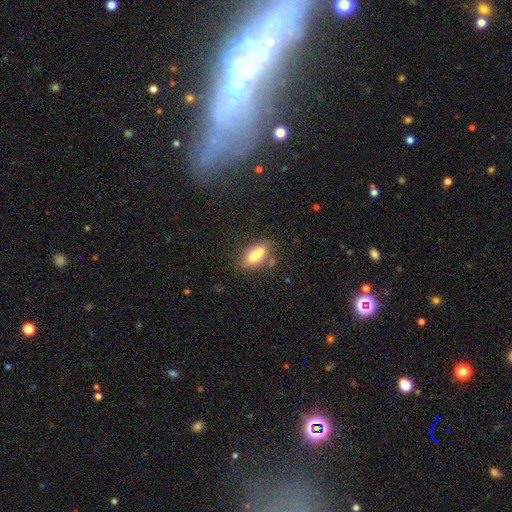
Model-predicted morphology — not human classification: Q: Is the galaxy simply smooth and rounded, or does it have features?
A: smooth — 72%.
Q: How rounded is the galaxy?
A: in between — 84%.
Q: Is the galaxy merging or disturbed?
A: none — 61%.